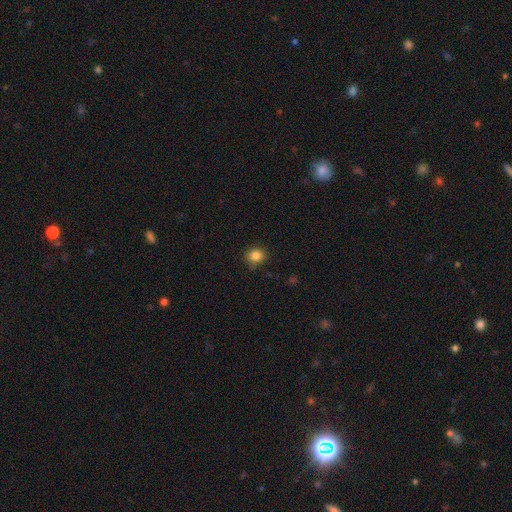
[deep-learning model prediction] This is clearly a smooth galaxy (84%). How rounded: clearly round (82%). Merging: clearly none (86%).